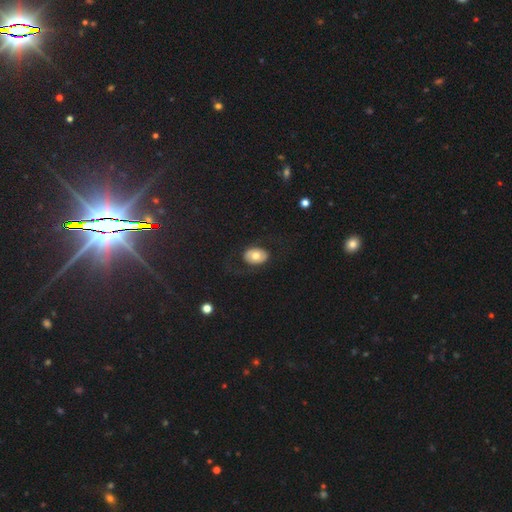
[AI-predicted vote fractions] A smooth galaxy with no disk features (63%) that is in between round and cigar-shaped (78%). Merging: none (79%).